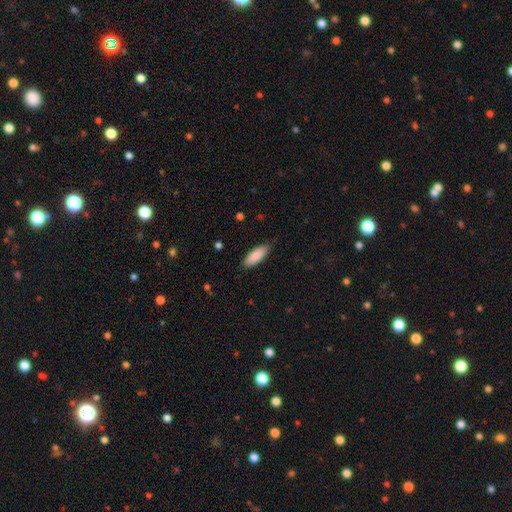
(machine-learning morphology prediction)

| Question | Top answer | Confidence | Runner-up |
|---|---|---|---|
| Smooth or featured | smooth | 88% | featured or disk (6%) |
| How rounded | in between | 73% | cigar-shaped (25%) |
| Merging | none | 84% | minor disturbance (12%) |